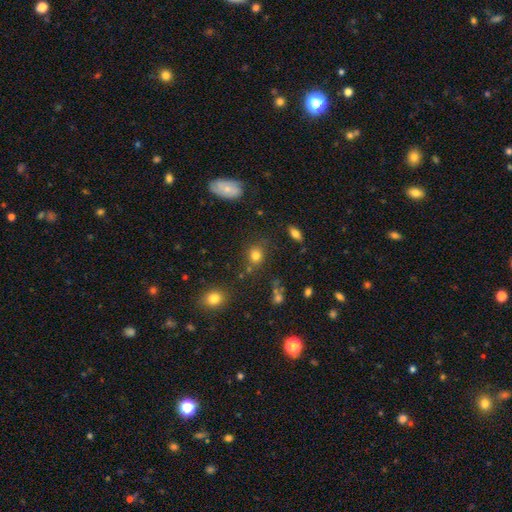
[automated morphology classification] smooth-or-featured: smooth: 78% | star or artifact: 14% | featured or disk: 8%
  how-rounded: round: 71% | in between: 28% | cigar-shaped: 1%
  merging: none: 75% | minor disturbance: 14% | merger: 6% | major disturbance: 5%